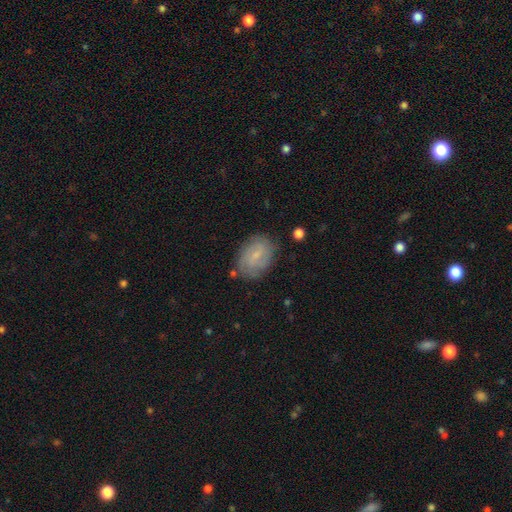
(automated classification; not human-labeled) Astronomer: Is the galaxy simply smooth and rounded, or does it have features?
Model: smooth — 46%, tied with featured or disk at 46%.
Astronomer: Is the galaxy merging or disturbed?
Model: none — 75%.